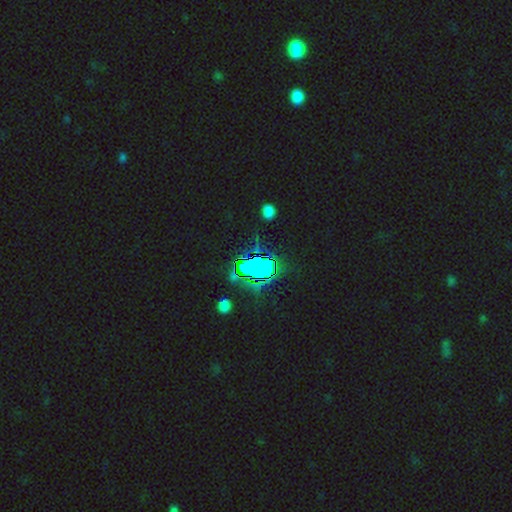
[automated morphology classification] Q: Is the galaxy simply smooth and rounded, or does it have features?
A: star or artifact — 77%.